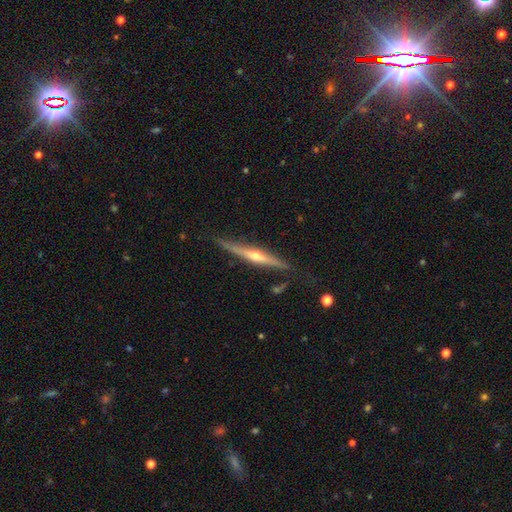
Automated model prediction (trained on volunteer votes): This is likely a featured or disk galaxy (78%). It is clearly viewed edge-on (97%). Edge-on bulge: clearly rounded (86%). Merging: clearly none (81%).